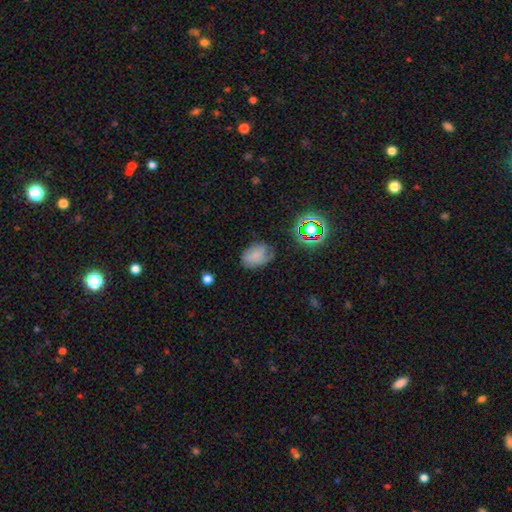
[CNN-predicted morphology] smooth_or_featured: smooth (p=0.67) [alt: featured or disk p=0.17]
how_rounded: in between (p=0.80) [alt: round p=0.18]
merging: none (p=0.56) [alt: minor disturbance p=0.29]